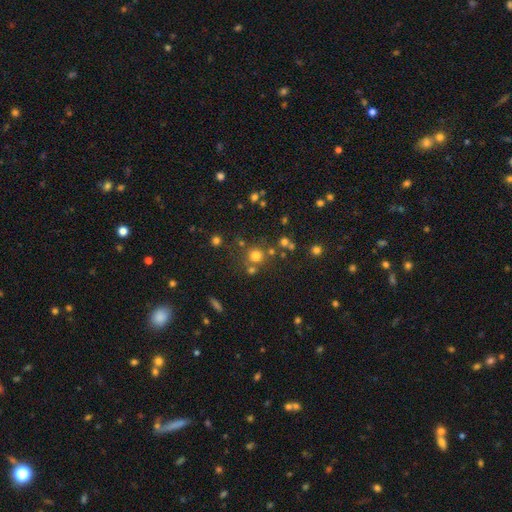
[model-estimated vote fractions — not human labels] A smooth galaxy with no disk features (71%) that is round (91%). Merging: none (70%).